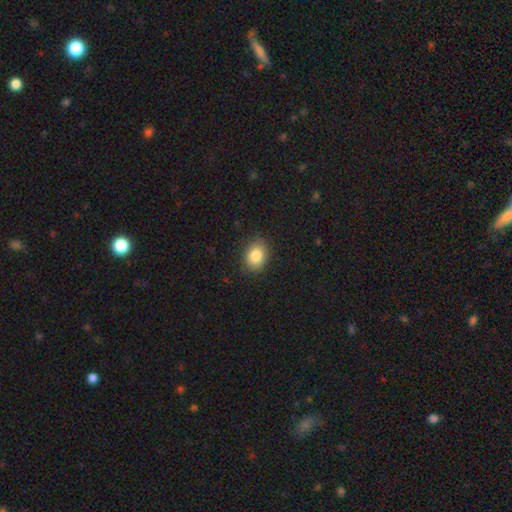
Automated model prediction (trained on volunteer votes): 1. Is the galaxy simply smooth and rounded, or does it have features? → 85% smooth, 8% star or artifact, 7% featured or disk.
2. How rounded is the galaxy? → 64% in between, 35% round, 1% cigar-shaped.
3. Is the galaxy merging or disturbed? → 85% none, 11% minor disturbance, 3% major disturbance, 1% merger.